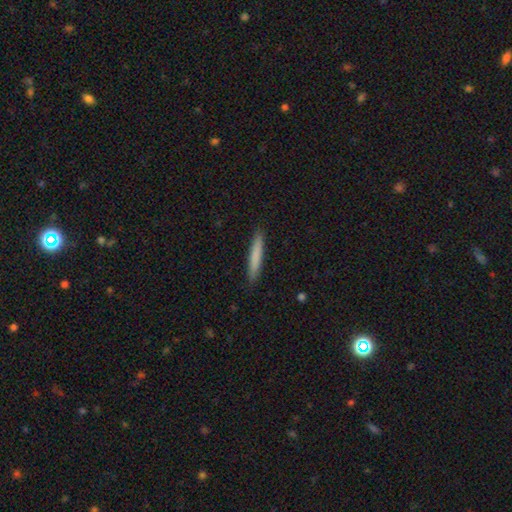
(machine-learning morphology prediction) smooth 79%, featured or disk 15%, star or artifact 6%. Down the decision tree: how rounded — cigar-shaped (95%); merging — none (91%).